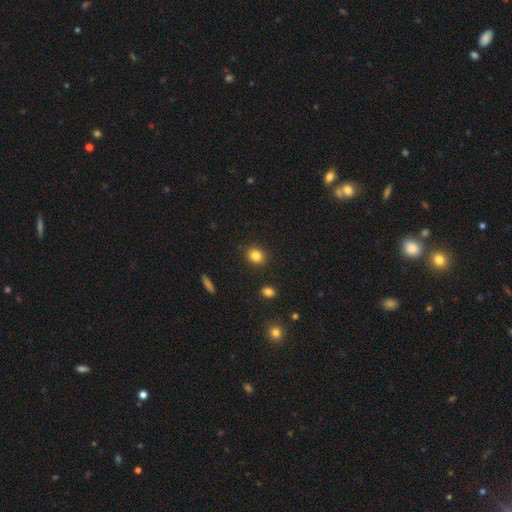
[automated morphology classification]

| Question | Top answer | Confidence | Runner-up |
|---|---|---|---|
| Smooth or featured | smooth | 84% | star or artifact (10%) |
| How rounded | round | 64% | in between (34%) |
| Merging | none | 89% | minor disturbance (7%) |